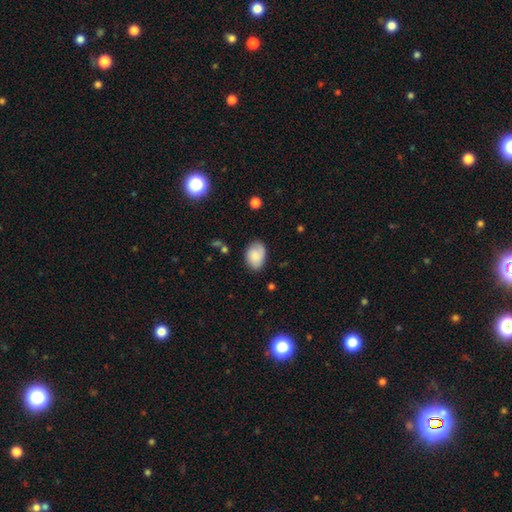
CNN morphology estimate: smooth-or-featured: smooth: 78% | featured or disk: 15% | star or artifact: 7%
  how-rounded: in between: 81% | round: 18% | cigar-shaped: 1%
  merging: none: 75% | minor disturbance: 20% | major disturbance: 4% | merger: 2%